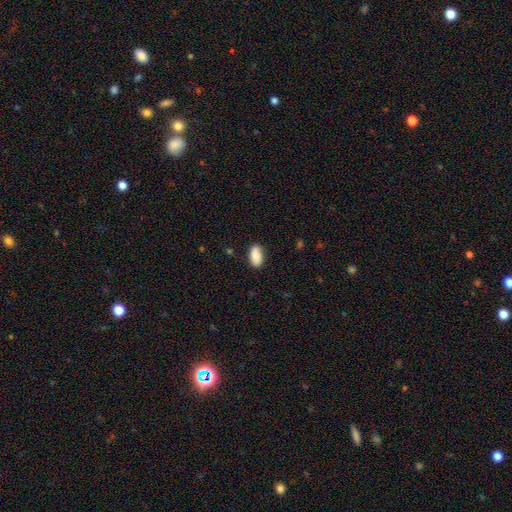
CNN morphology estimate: A smooth galaxy with no disk features (87%) that is in between round and cigar-shaped (92%).

Vote fractions:
- Smooth or featured? smooth: 87% / featured or disk: 7% / star or artifact: 6%
- How rounded? in between: 92% / cigar-shaped: 5% / round: 3%
- Merging? none: 84% / minor disturbance: 12% / major disturbance: 2% / merger: 2%